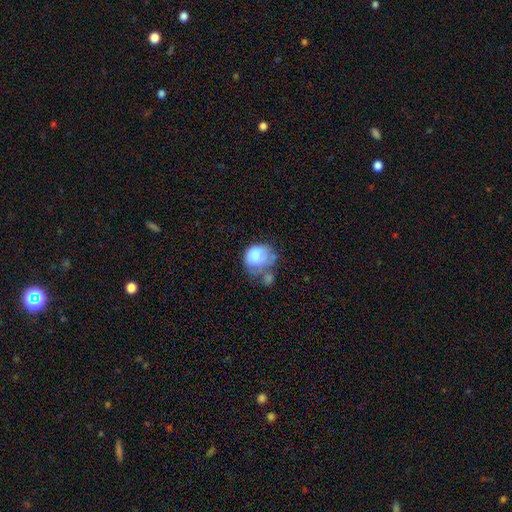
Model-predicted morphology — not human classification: Smooth or featured?
  - smooth: 72% *
  - featured or disk: 20%
  - star or artifact: 8%
How rounded?
  - round: 58% *
  - in between: 41%
  - cigar-shaped: 1%
Merging?
  - merger: 28% *
  - minor disturbance: 25%
  - major disturbance: 25%
  - none: 23%